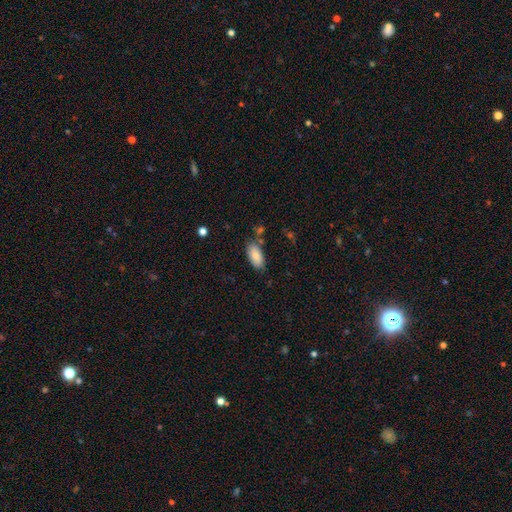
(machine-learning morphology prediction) This appears to be a smooth galaxy with no disk features (84%) that is in between round and cigar-shaped (91%). Merging: none (74%).